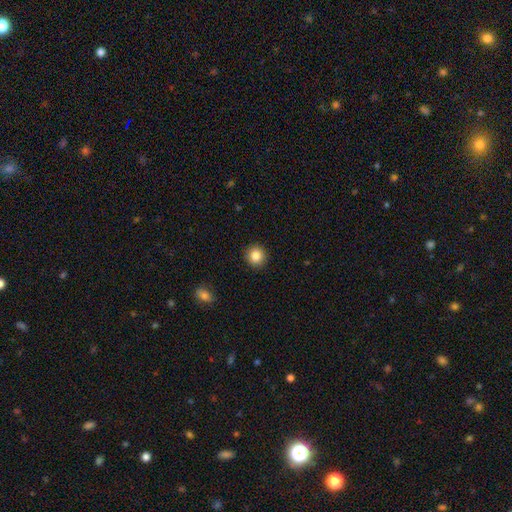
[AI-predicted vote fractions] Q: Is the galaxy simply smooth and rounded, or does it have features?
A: smooth — 85%.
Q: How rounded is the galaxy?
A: round — 92%.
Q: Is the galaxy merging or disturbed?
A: none — 92%.